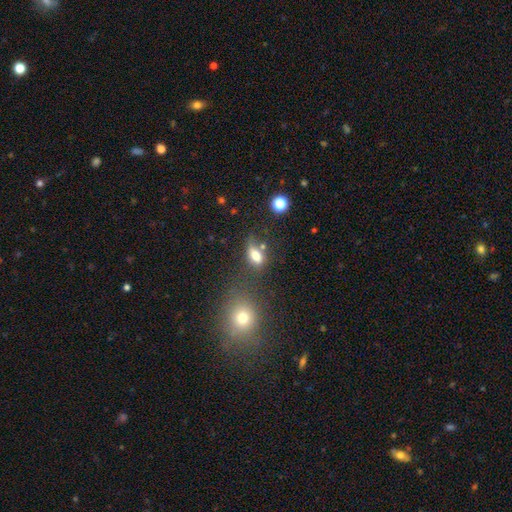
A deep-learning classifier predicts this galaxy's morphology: A smooth galaxy with no disk features (77%) that is in between round and cigar-shaped (82%).

Vote fractions:
- Smooth or featured? smooth: 77% / featured or disk: 12% / star or artifact: 12%
- How rounded? in between: 82% / round: 13% / cigar-shaped: 5%
- Merging? none: 43% / minor disturbance: 24% / merger: 20% / major disturbance: 14%